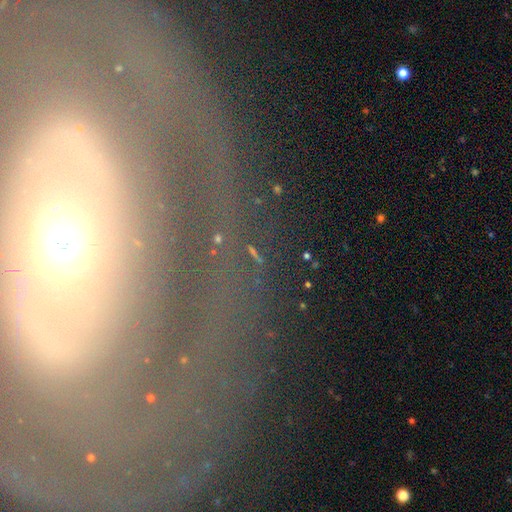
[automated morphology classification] A featured or disk galaxy (46%). Merging: none (75%).